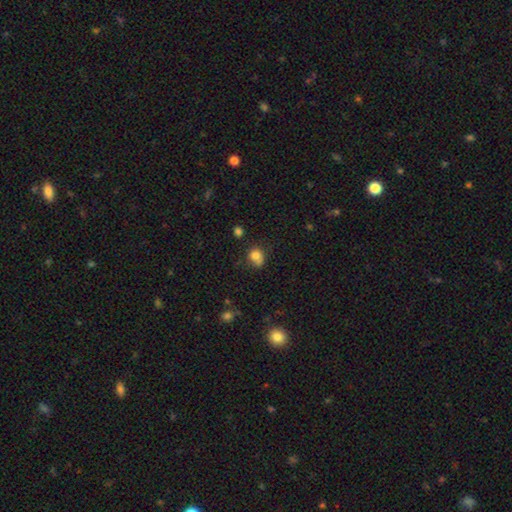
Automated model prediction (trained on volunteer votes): A smooth galaxy with no disk features (78%) that is round (75%). Merging: none (47%).